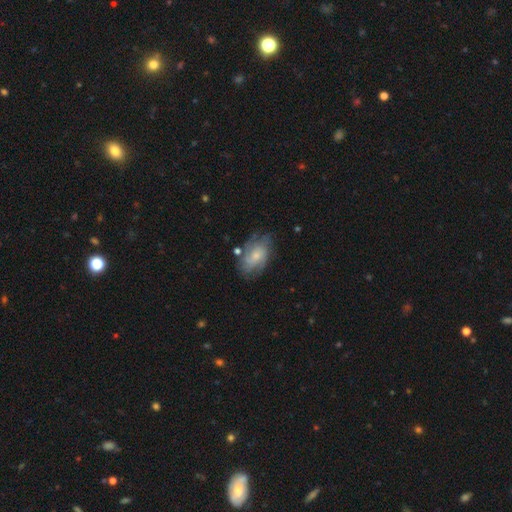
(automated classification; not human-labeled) Q: Smooth or featured?
A: featured or disk (53%); runner-up: smooth (39%)
Q: Edge-on disk?
A: no (95%); runner-up: yes (5%)
Q: Bar?
A: no (74%); runner-up: weak (23%)
Q: Spiral arms?
A: yes (76%); runner-up: no (24%)
Q: Bulge size?
A: small (56%); runner-up: moderate (31%)
Q: Merging?
A: none (62%); runner-up: minor disturbance (23%)